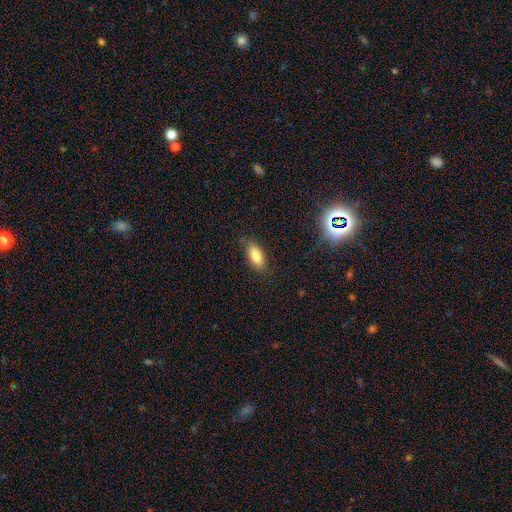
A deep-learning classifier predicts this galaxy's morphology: type=smooth (82%); roundness=in between (82%); merging=none (82%).